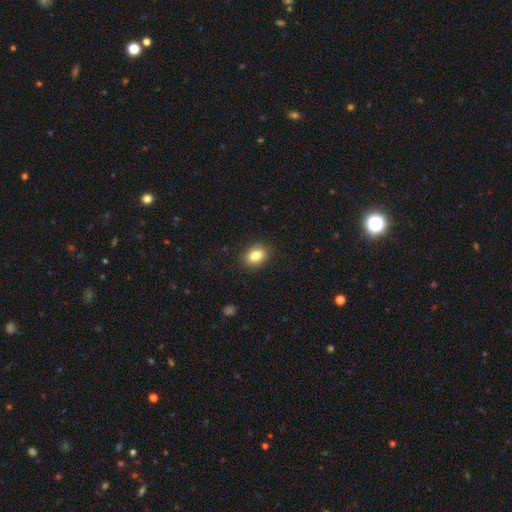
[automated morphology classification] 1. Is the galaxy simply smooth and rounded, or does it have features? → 84% smooth, 9% star or artifact, 7% featured or disk.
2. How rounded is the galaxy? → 70% in between, 28% round, 1% cigar-shaped.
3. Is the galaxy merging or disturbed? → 88% none, 9% minor disturbance, 2% major disturbance, 1% merger.